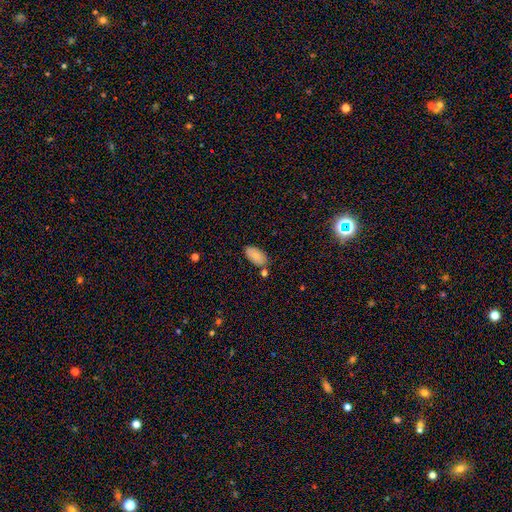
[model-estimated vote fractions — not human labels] A smooth galaxy with no disk features (83%) that is in between round and cigar-shaped (95%). Merging: none (74%).